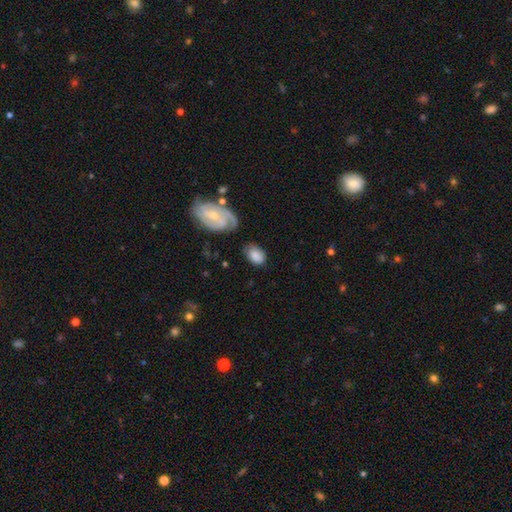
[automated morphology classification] This is likely a smooth galaxy (73%). How rounded: likely in between (80%). Merging: likely none (63%).